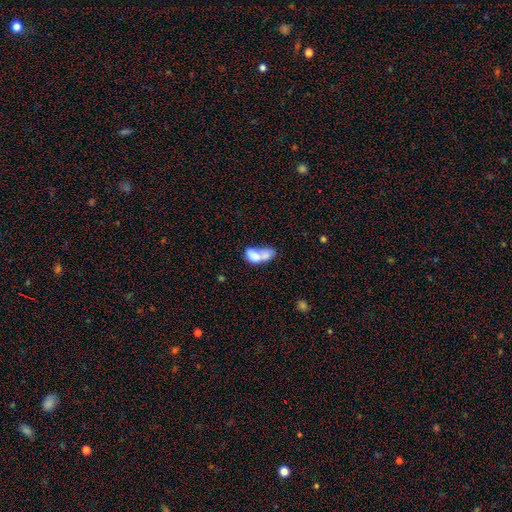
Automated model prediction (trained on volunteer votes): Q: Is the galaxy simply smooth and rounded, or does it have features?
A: smooth — 70%.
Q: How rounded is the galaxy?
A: in between — 85%.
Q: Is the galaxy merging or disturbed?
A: merger — 74%.